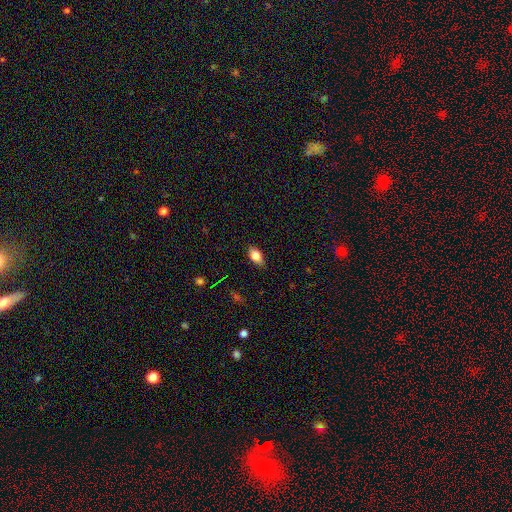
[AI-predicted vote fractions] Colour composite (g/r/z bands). It shows a smooth galaxy with no disk features (79%) that is in between round and cigar-shaped (88%). Merging: none (84%).